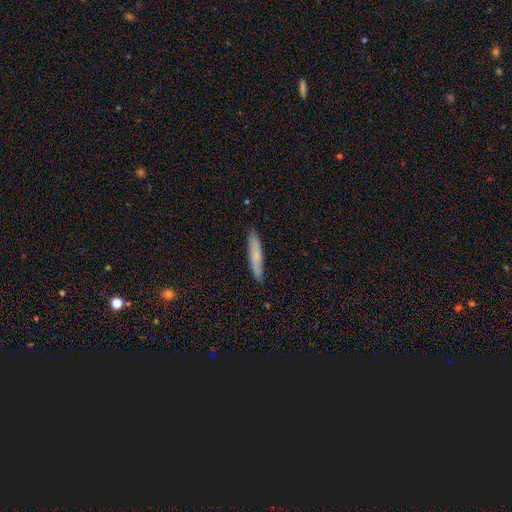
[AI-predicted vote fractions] This is likely a smooth galaxy (72%). How rounded: clearly cigar-shaped (93%). Merging: clearly none (87%).